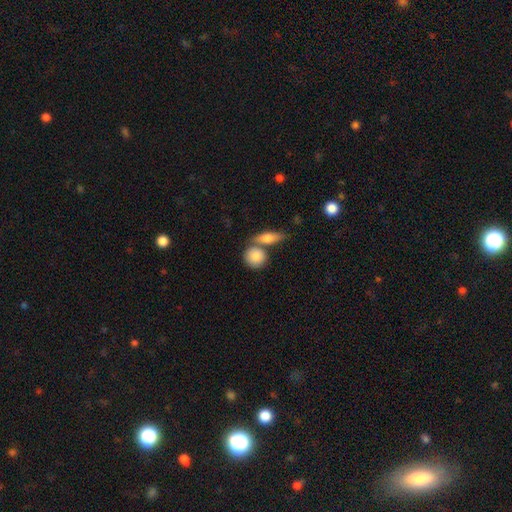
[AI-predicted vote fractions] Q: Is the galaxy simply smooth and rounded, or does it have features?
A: smooth — 83%.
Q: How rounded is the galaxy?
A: round — 74%.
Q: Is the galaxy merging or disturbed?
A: none — 52%.